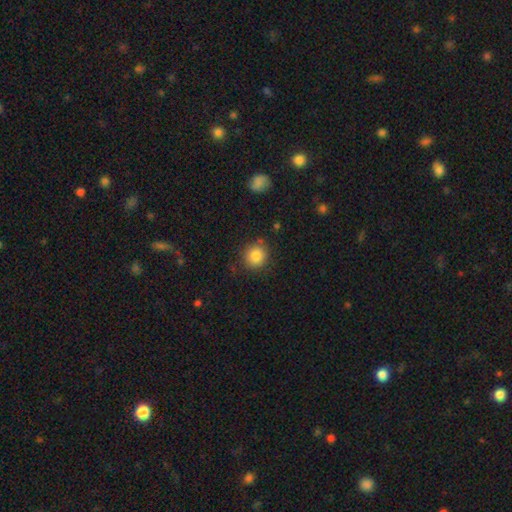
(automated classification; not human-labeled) smooth-or-featured: smooth: 85% | star or artifact: 10% | featured or disk: 5%
  how-rounded: round: 89% | in between: 10% | cigar-shaped: 1%
  merging: none: 85% | minor disturbance: 10% | major disturbance: 3% | merger: 2%